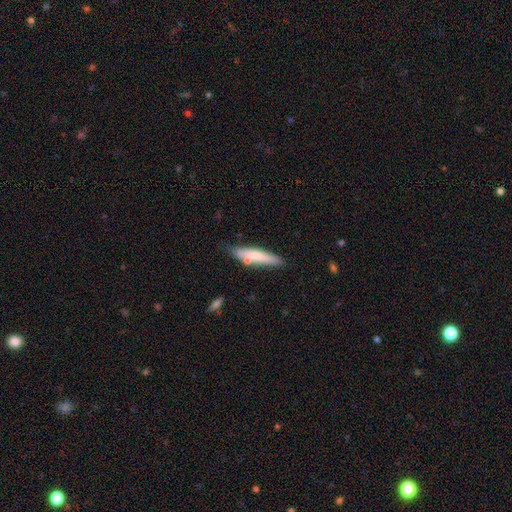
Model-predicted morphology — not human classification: Smooth or featured? Predicted: smooth (p=0.70). How rounded? Predicted: cigar-shaped (p=0.82). Merging? Predicted: none (p=0.72).